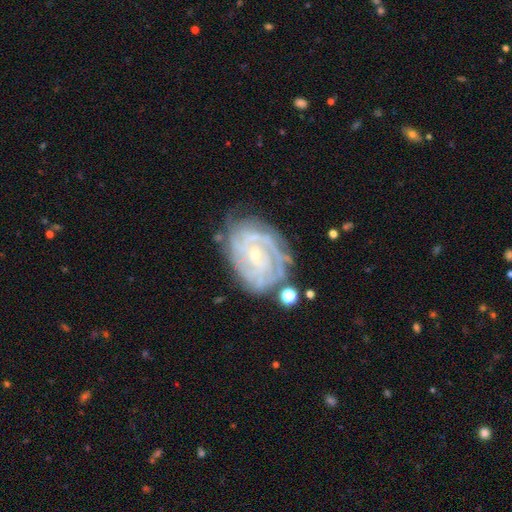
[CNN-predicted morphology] A featured or disk galaxy (87%) with no bar (64%), tight (76%) spiral arms (96%) and a small central bulge (75%). Merging: none (66%).